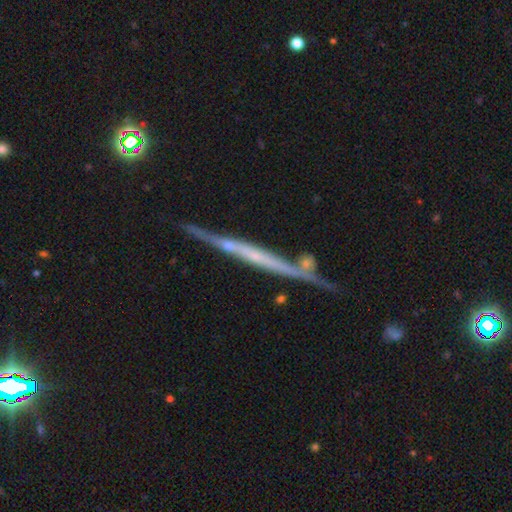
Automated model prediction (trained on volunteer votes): Smooth or featured? Predicted: featured or disk (p=0.73). Edge-on disk? Predicted: yes (p=0.94). Edge-on bulge? Predicted: none (p=0.74). Merging? Predicted: none (p=0.69).